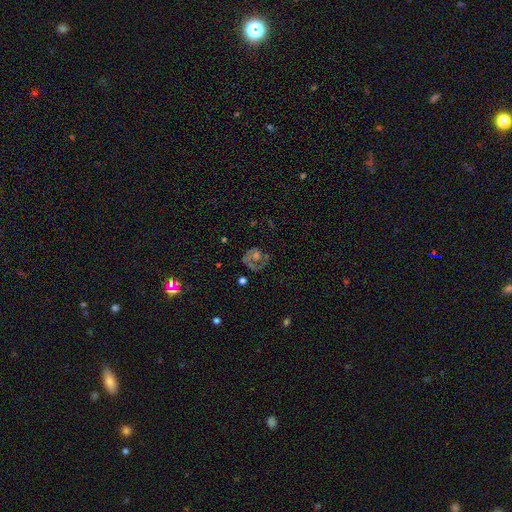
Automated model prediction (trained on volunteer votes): Overall: featured or disk (65%). Edge-on disk: no (97%). Bar: no (81%). Spiral arms: yes (65%; no 35%). Bulge size: moderate (50%; small 26%). Merging: none (57%; major disturbance 22%).